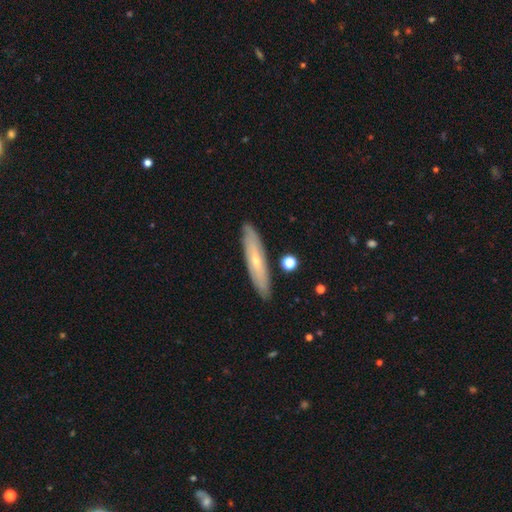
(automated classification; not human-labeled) Q: Smooth or featured?
A: featured or disk (48%); runner-up: smooth (42%)
Q: Merging?
A: none (88%); runner-up: minor disturbance (9%)